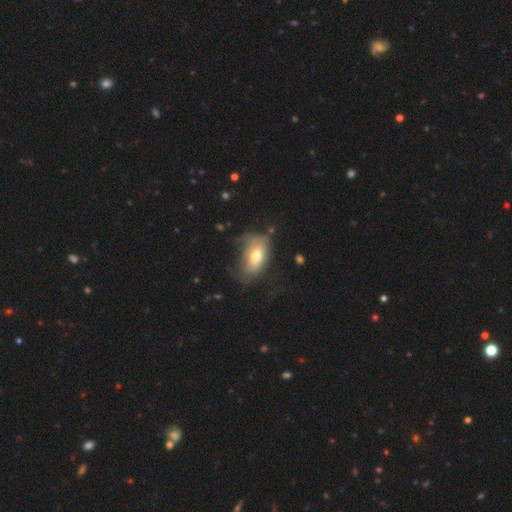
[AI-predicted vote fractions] This appears to be a smooth galaxy with no disk features (63%) that is in between round and cigar-shaped (88%). Merging: none (40%).